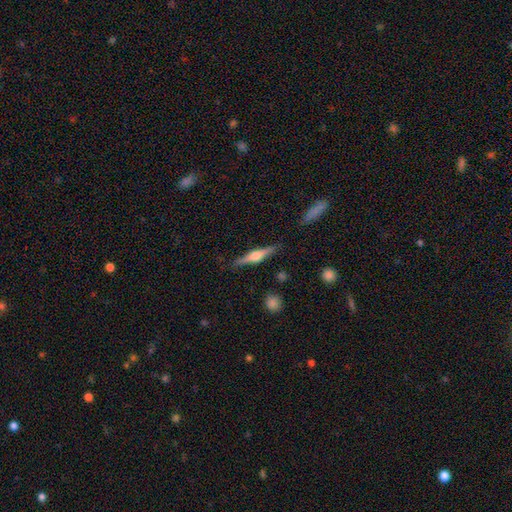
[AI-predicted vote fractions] Morphology: type=featured or disk (73%); edge-on=yes (98%); edge-on bulge=rounded (90%); merging=none (88%).